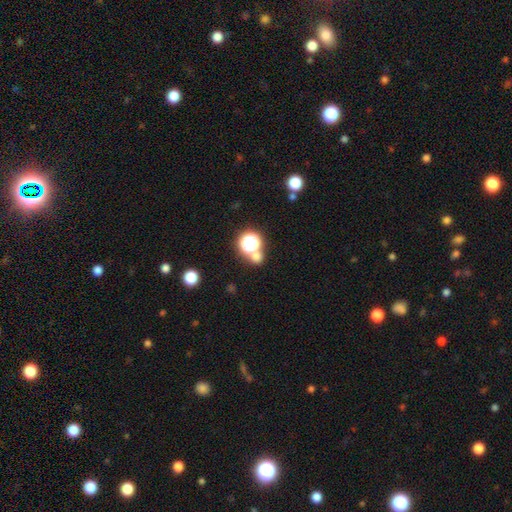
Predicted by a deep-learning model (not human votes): Smooth or featured: smooth — 58% (star or artifact — 33%)
How rounded: round — 83% (in between — 15%)
Merging: none — 60% (merger — 28%)